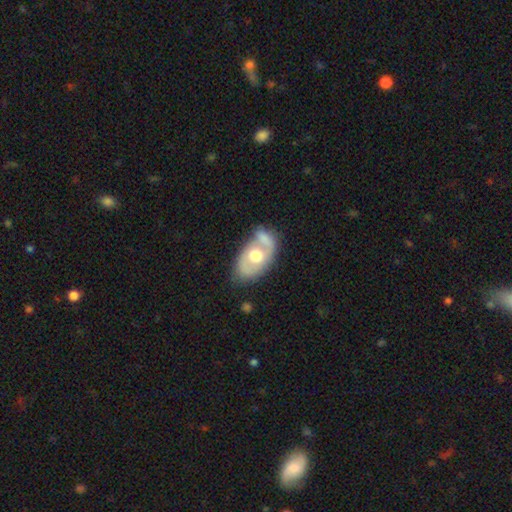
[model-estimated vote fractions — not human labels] The model was most divided on "spiral arms": no: 59%, yes: 41%. Remaining: edge-on disk — no (92%); bar — no (78%); bulge size — moderate (68%); smooth or featured — featured or disk (57%); merging — none (45%).